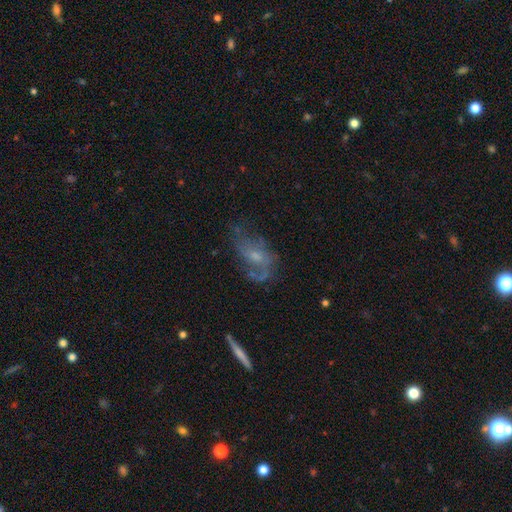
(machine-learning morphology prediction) Q: Smooth or featured?
A: featured or disk (68%); runner-up: smooth (22%)
Q: Edge-on disk?
A: no (94%); runner-up: yes (6%)
Q: Bar?
A: no (62%); runner-up: weak (32%)
Q: Spiral arms?
A: yes (75%); runner-up: no (25%)
Q: Bulge size?
A: small (47%); runner-up: moderate (37%)
Q: Merging?
A: none (46%); runner-up: major disturbance (28%)